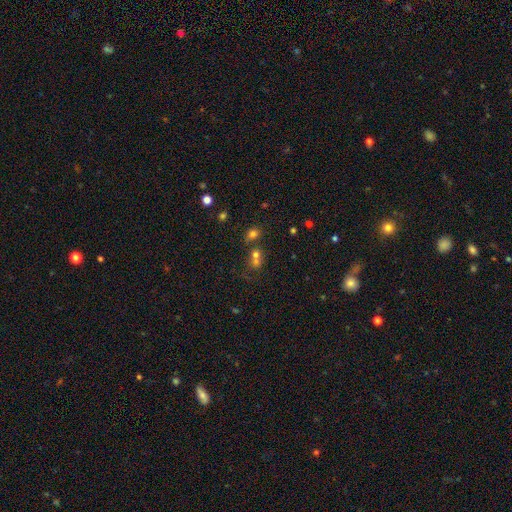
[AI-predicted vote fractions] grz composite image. It shows a smooth galaxy with no disk features (56%) that is round (70%). Merging: merger (46%).